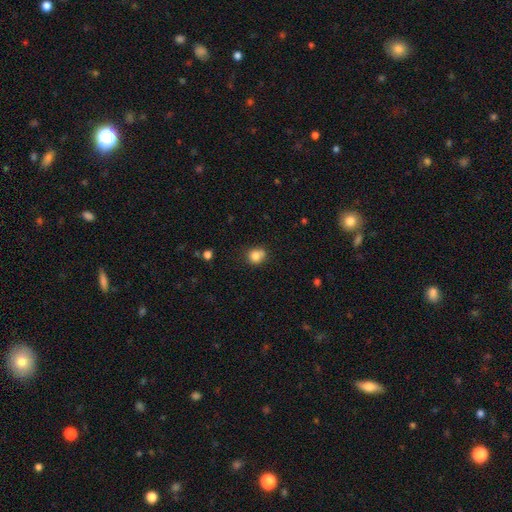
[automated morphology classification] This is clearly a smooth galaxy (80%). How rounded: likely round (75%). Merging: possibly none (56%).